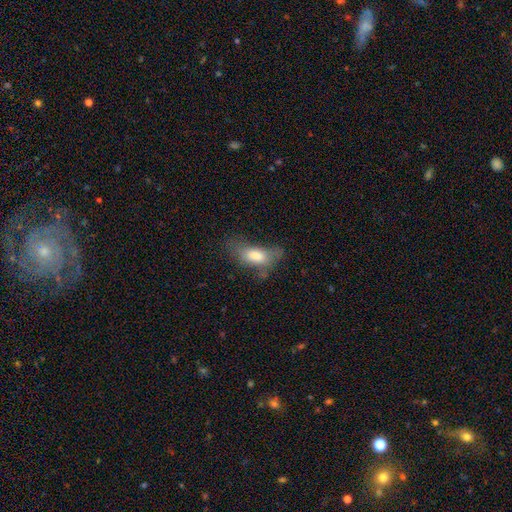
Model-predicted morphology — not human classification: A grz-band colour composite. It shows a smooth galaxy with no disk features (71%) that is in between round and cigar-shaped (81%). Merging: none (36%).